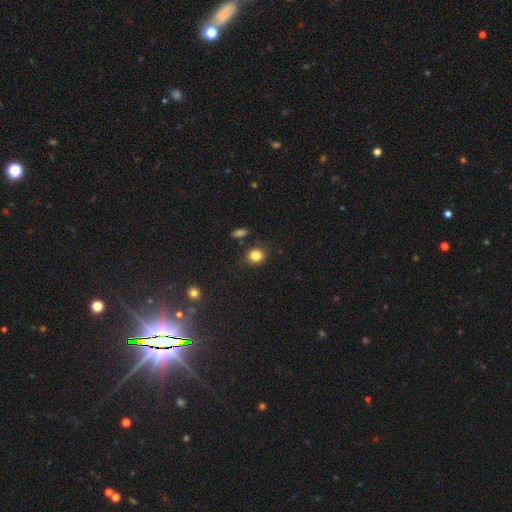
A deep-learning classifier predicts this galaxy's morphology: type=smooth (84%); roundness=round (77%); merging=none (81%).